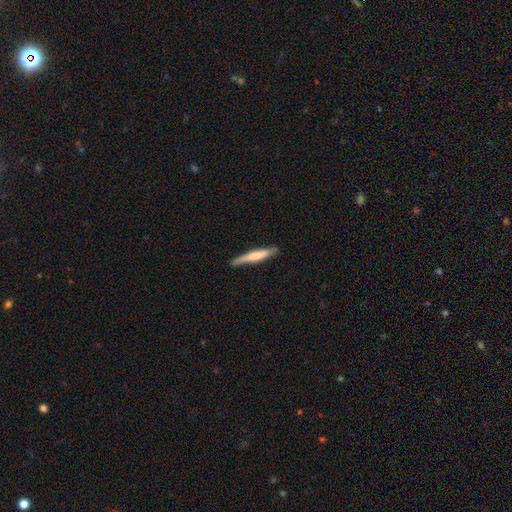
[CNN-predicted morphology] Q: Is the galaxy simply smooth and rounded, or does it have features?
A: smooth — 62%.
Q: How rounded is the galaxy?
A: cigar-shaped — 93%.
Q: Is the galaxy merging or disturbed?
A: none — 76%.